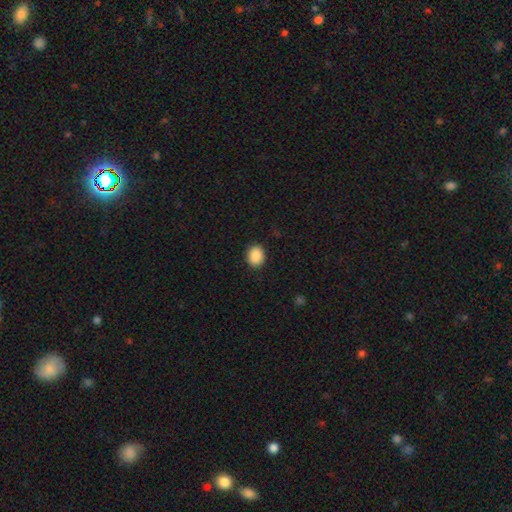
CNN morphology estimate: The model was most divided on "how rounded": round: 56%, in between: 43%, cigar-shaped: 1%. More confident: merging — none (90%); smooth or featured — smooth (89%).